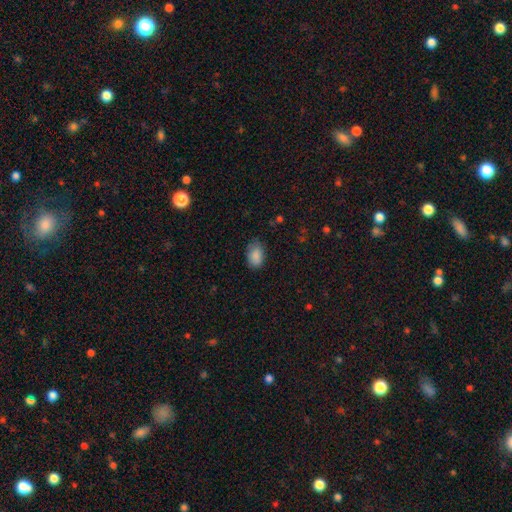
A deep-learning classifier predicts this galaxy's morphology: A smooth galaxy with no disk features (88%) that is in between round and cigar-shaped (89%). Merging: none (76%).